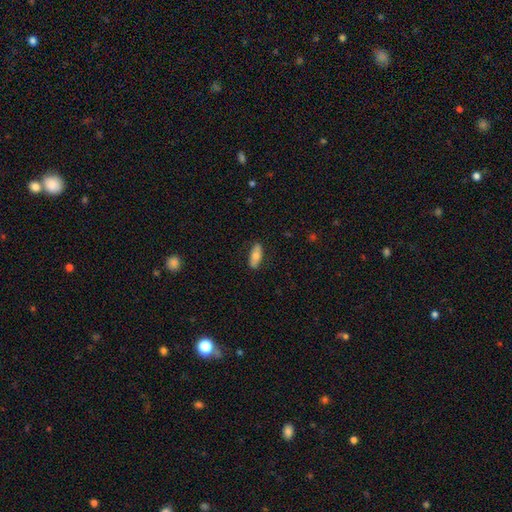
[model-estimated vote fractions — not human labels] smooth-or-featured: smooth: 69% | featured or disk: 25% | star or artifact: 6%
  how-rounded: in between: 77% | cigar-shaped: 20% | round: 3%
  merging: none: 85% | minor disturbance: 12% | major disturbance: 2% | merger: 1%